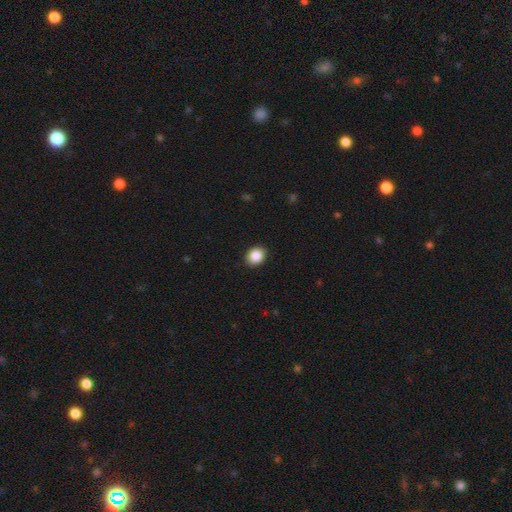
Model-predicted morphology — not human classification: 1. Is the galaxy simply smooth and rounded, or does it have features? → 88% smooth, 8% star or artifact, 4% featured or disk.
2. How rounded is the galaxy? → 56% round, 43% in between, 1% cigar-shaped.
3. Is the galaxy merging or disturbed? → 90% none, 7% minor disturbance, 2% major disturbance, 1% merger.